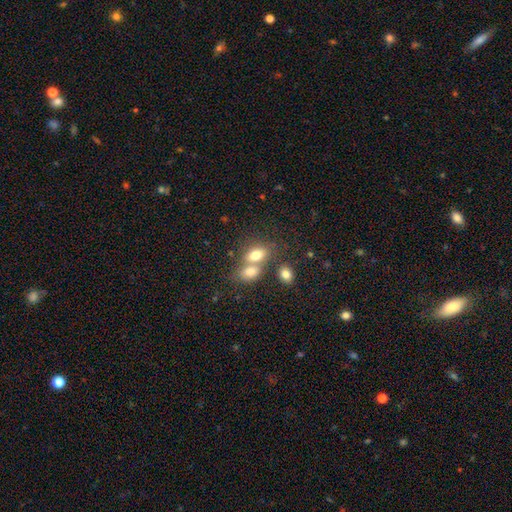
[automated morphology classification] Smooth or featured? Predicted: smooth (p=0.77). How rounded? Predicted: in between (p=0.82). Merging? Predicted: merger (p=0.55).